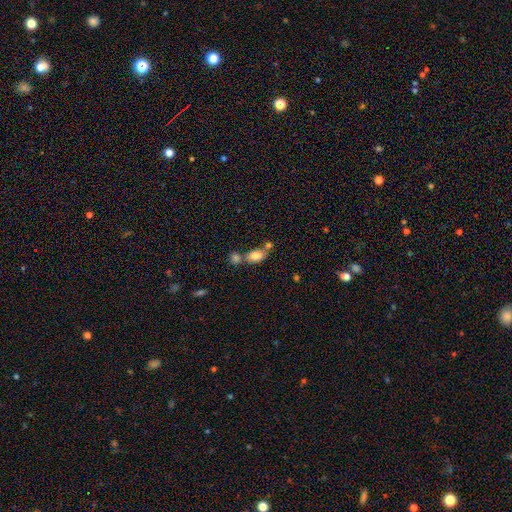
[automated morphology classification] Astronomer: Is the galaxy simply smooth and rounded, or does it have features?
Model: smooth — 80%.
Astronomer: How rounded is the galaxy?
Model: in between — 87%.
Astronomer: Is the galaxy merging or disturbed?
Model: none — 43% (runner-up: merger, 41%).